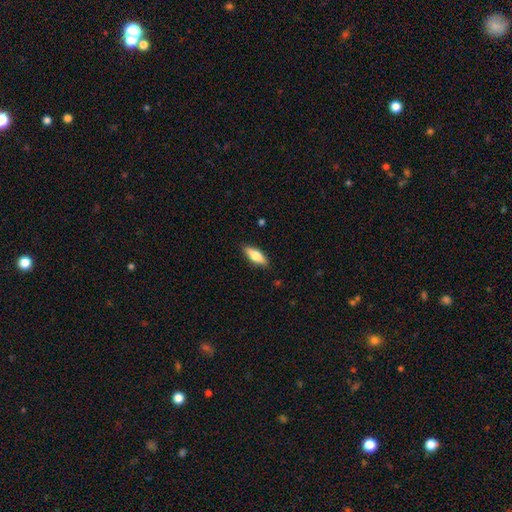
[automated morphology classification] smooth 66%, featured or disk 28%, star or artifact 6%. Down the decision tree: how rounded — in between (62%); merging — none (88%).